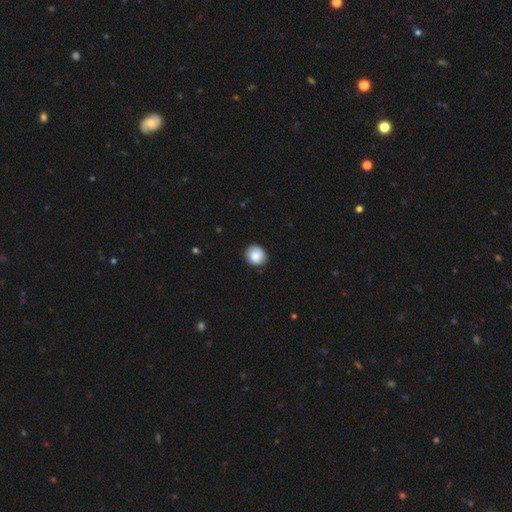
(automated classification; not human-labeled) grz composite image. It shows a smooth galaxy with no disk features (88%) that is round (85%). Merging: none (87%).